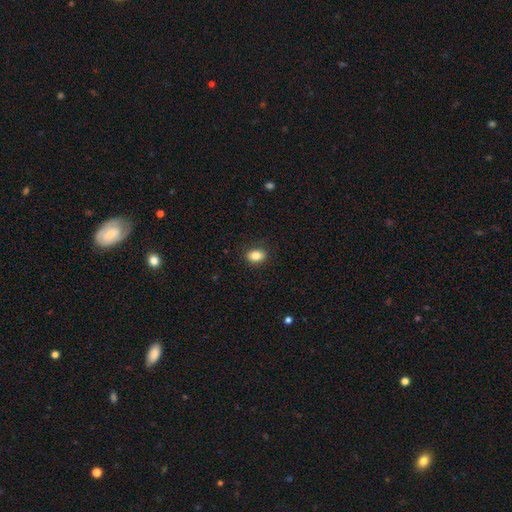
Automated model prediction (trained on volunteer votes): Smooth or featured: smooth — 84% (star or artifact — 9%)
How rounded: in between — 78% (round — 21%)
Merging: none — 88% (minor disturbance — 9%)